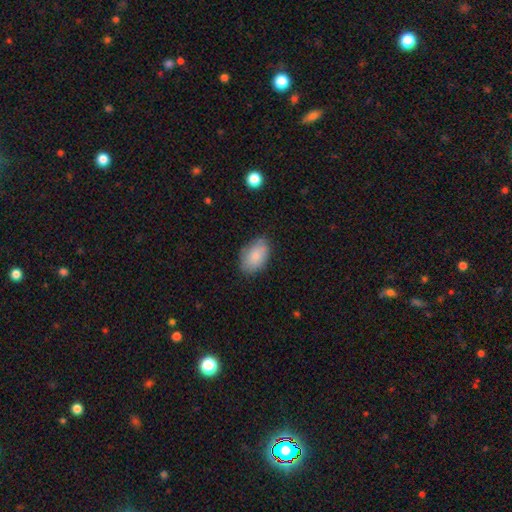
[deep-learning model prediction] Smooth or featured?
  - smooth: 84% *
  - featured or disk: 10%
  - star or artifact: 6%
How rounded?
  - in between: 91% *
  - round: 8%
  - cigar-shaped: 1%
Merging?
  - none: 78% *
  - minor disturbance: 17%
  - major disturbance: 4%
  - merger: 1%